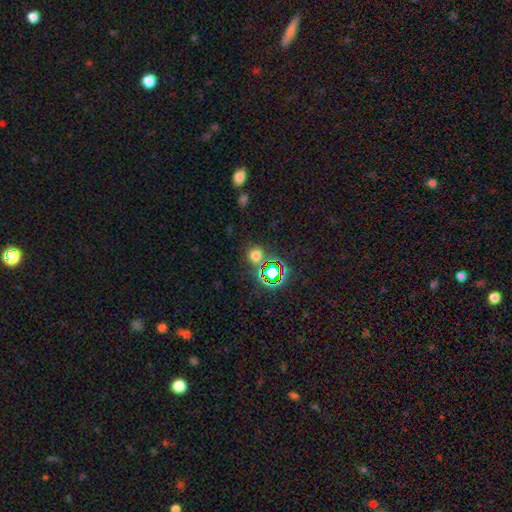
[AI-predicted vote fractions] Overall: smooth (62%; star or artifact 31%). How rounded: round (89%). Merging: none (79%).